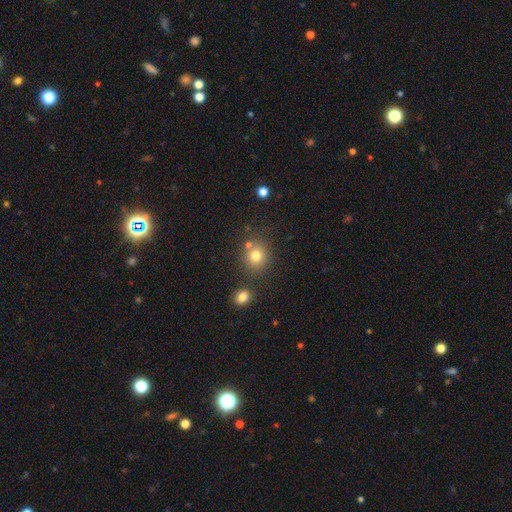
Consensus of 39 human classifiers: Overall: smooth (90%). How rounded: round (91%). Merging: none (86%).